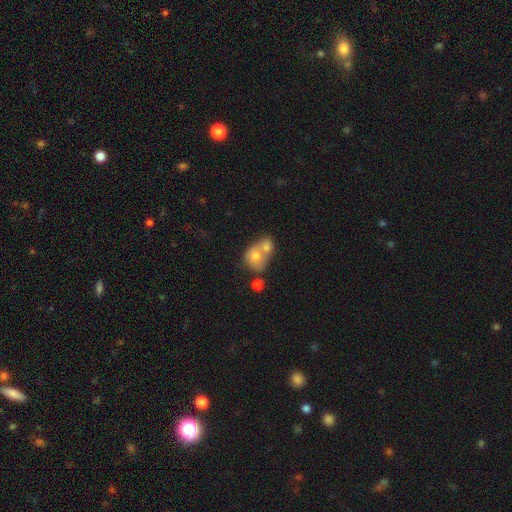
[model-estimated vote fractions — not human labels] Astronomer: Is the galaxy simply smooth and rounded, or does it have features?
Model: smooth — 67%.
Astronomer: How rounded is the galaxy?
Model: round — 62% (runner-up: in between, 37%).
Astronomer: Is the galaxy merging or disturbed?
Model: merger — 69%.